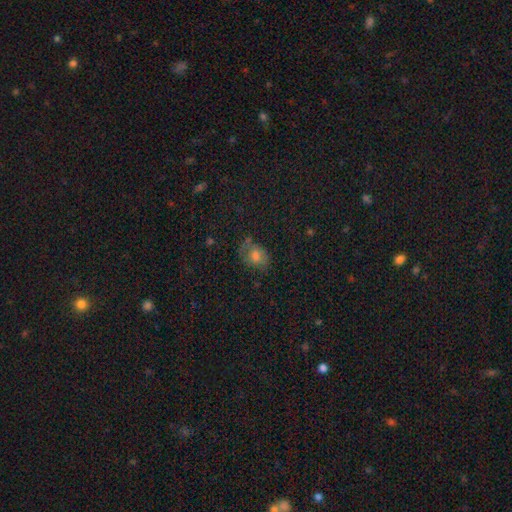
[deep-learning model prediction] Overall: smooth (61%). How rounded: in between (65%; round 34%). Merging: none (58%; minor disturbance 26%).